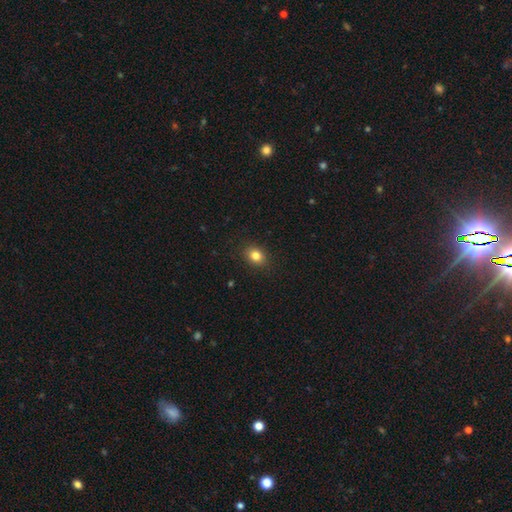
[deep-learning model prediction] Smooth or featured: smooth — 83% (star or artifact — 11%)
How rounded: in between — 53% (round — 46%)
Merging: none — 88% (minor disturbance — 9%)